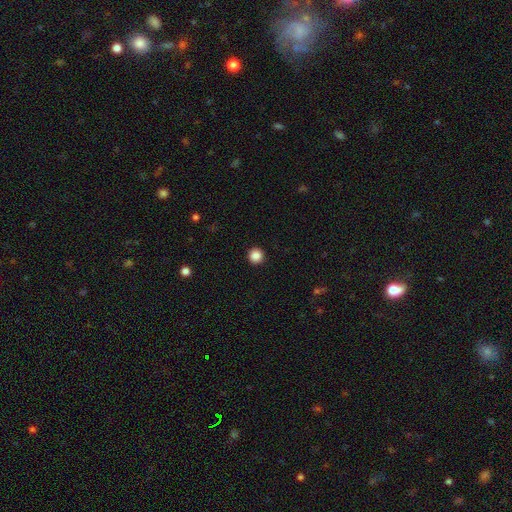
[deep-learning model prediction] The model was most divided on "smooth or featured": smooth: 87%, star or artifact: 10%, featured or disk: 3%. More confident: how rounded — round (96%); merging — none (94%).